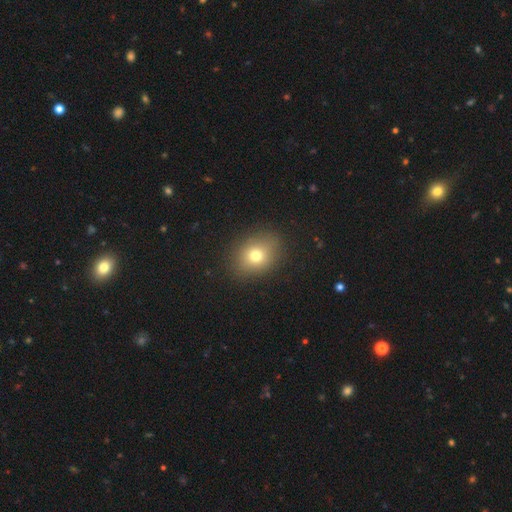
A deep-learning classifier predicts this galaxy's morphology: This appears to be a smooth galaxy with no disk features (74%) that is round (51%). Merging: none (86%).